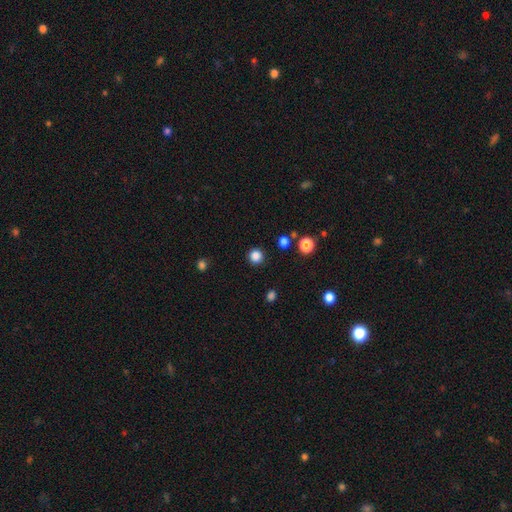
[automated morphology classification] Smooth or featured? smooth (84%)
How rounded? round (95%)
Merging? none (91%)